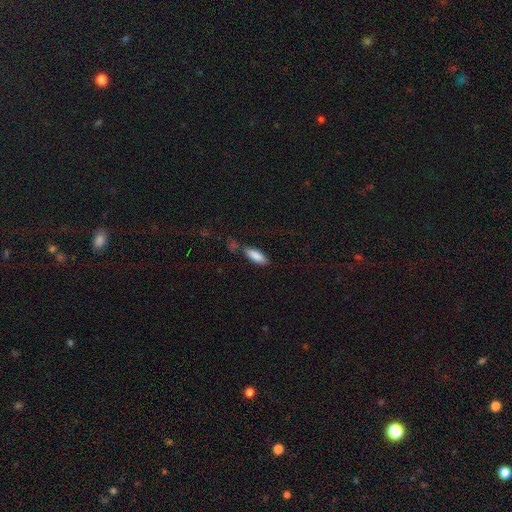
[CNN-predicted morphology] Q: Smooth or featured?
A: smooth (86%); runner-up: featured or disk (7%)
Q: How rounded?
A: in between (60%); runner-up: cigar-shaped (39%)
Q: Merging?
A: none (67%); runner-up: minor disturbance (19%)